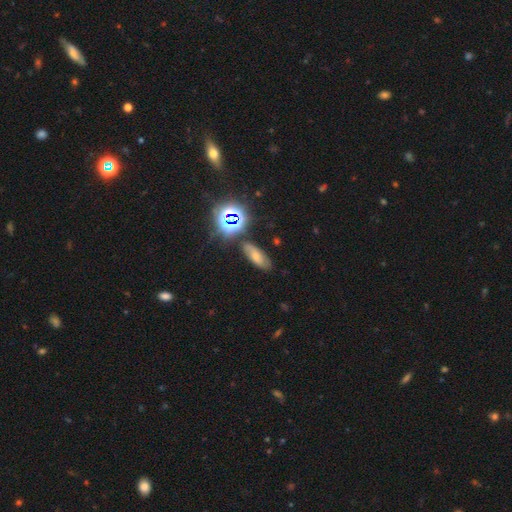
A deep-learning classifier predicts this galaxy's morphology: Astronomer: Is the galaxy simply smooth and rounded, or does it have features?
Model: smooth — 54%.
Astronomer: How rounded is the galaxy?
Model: in between — 73%.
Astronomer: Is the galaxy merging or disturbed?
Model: none — 76%.